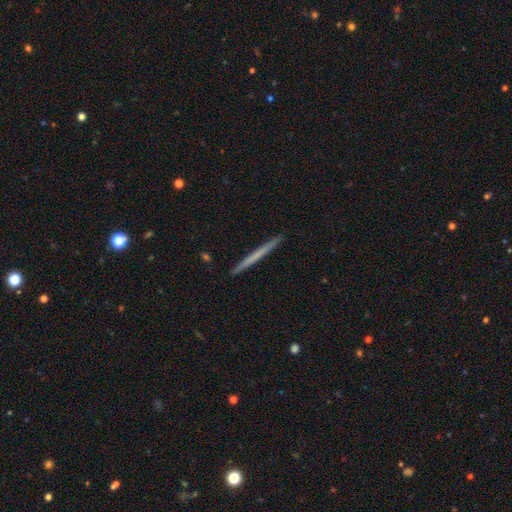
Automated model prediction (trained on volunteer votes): smooth-or-featured: smooth: 51% | featured or disk: 44% | star or artifact: 5%
  how-rounded: cigar-shaped: 97% | in between: 1% | round: 1%
  merging: none: 93% | minor disturbance: 5% | major disturbance: 1% | merger: 1%